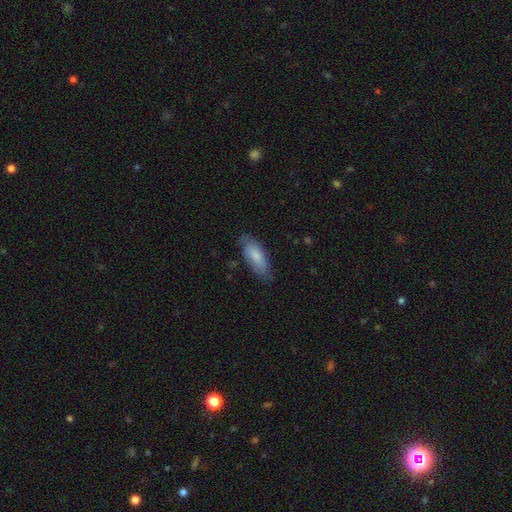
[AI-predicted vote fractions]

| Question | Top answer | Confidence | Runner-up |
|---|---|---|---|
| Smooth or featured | smooth | 77% | featured or disk (17%) |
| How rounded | in between | 75% | cigar-shaped (24%) |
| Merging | none | 73% | minor disturbance (21%) |